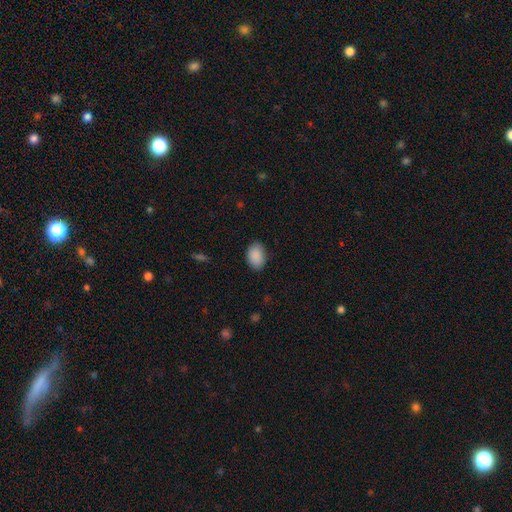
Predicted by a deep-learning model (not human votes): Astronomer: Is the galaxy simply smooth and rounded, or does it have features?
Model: smooth — 90%.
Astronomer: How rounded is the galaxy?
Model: in between — 83%.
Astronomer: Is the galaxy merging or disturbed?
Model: none — 83%.